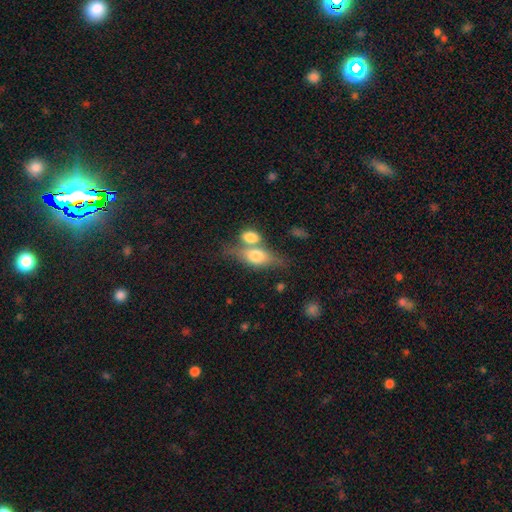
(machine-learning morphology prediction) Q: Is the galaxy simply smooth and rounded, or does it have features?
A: smooth — 62%.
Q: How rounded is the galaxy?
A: in between — 71%.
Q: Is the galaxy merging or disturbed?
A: merger — 44%.